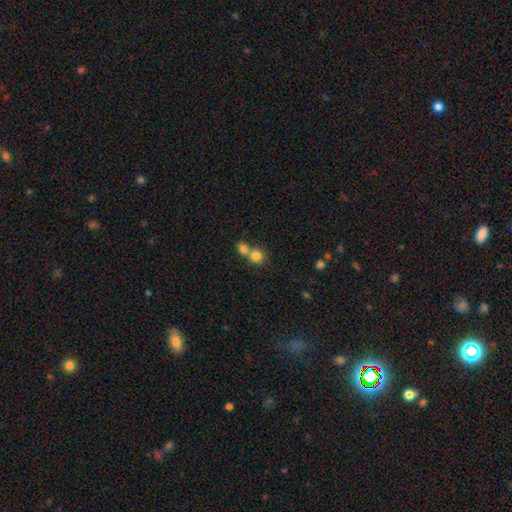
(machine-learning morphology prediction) smooth 80%, star or artifact 11%, featured or disk 10%. Down the decision tree: how rounded — round (82%); merging — merger (57%).